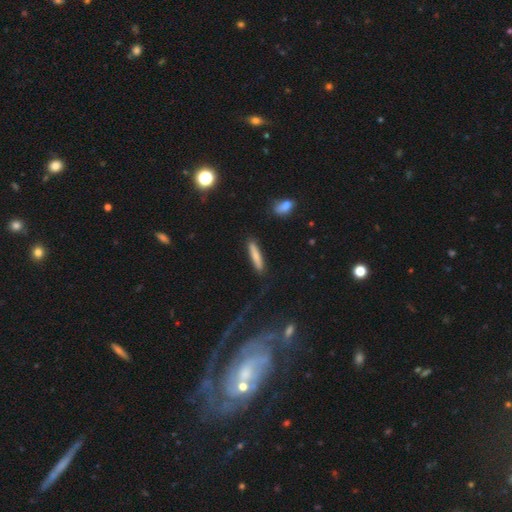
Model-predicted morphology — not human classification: Smooth or featured: smooth — 75% (featured or disk — 19%)
How rounded: cigar-shaped — 90% (in between — 8%)
Merging: none — 86% (minor disturbance — 10%)